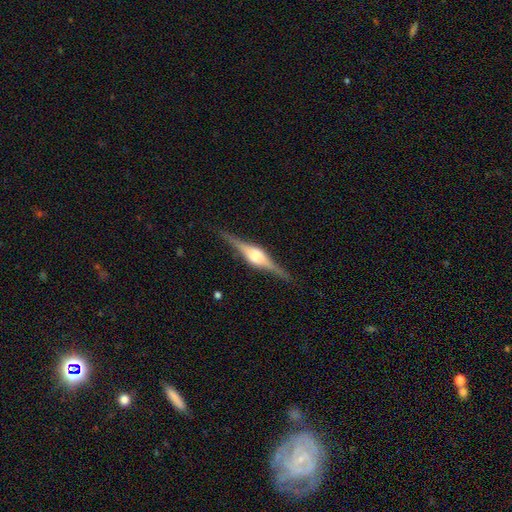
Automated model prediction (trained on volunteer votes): featured or disk 85%, smooth 9%, star or artifact 6%. Down the decision tree: edge-on disk — yes (98%); edge-on bulge — rounded (81%); merging — none (88%).